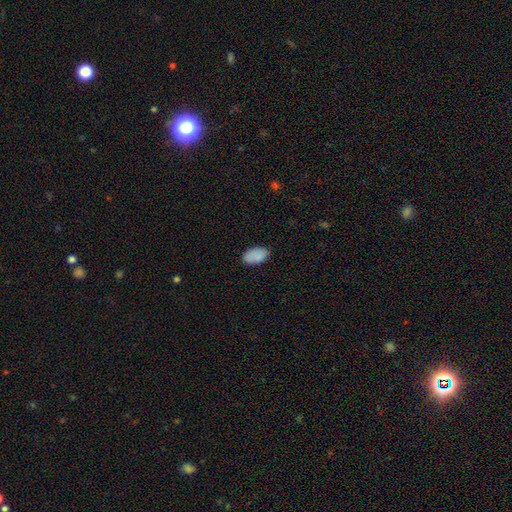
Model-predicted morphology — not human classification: This appears to be a smooth galaxy with no disk features (88%) that is in between round and cigar-shaped (94%). Merging: none (82%).